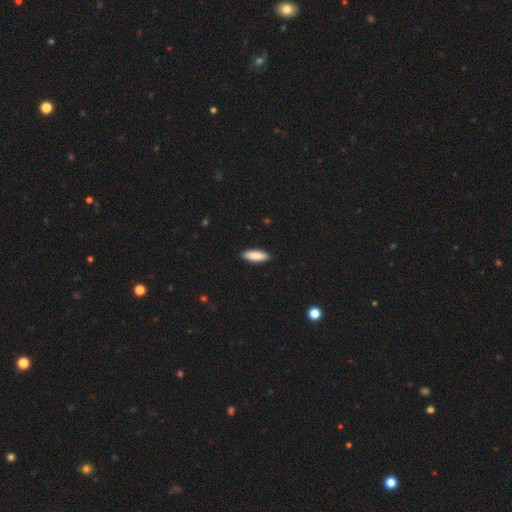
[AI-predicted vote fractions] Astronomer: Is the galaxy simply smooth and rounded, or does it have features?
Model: smooth — 86%.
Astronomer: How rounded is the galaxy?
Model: in between — 56% (runner-up: cigar-shaped, 42%).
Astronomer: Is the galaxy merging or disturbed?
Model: none — 90%.